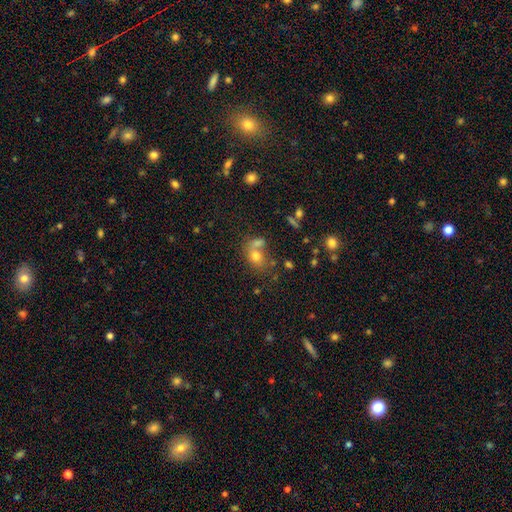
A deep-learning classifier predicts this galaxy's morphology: Smooth or featured: smooth — 70% (star or artifact — 15%)
How rounded: round — 50% (in between — 49%)
Merging: merger — 46% (none — 37%)